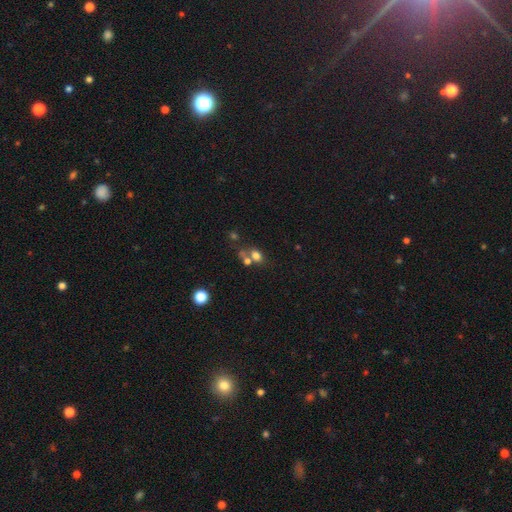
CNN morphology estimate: Smooth or featured? smooth (71%)
How rounded? in between (60%)
Merging? merger (43%)